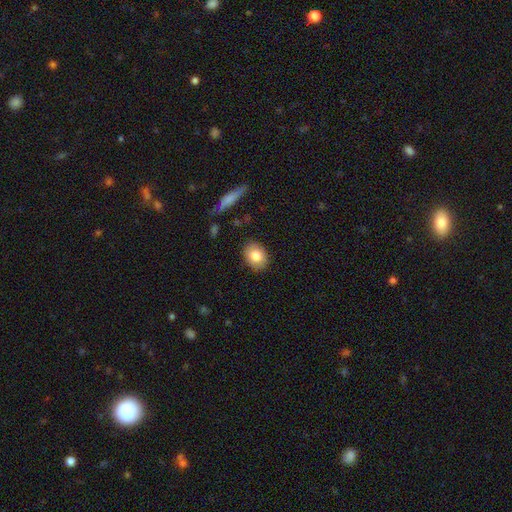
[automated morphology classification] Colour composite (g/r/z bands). It shows a smooth galaxy with no disk features (82%) that is in between round and cigar-shaped (64%). Merging: none (88%).